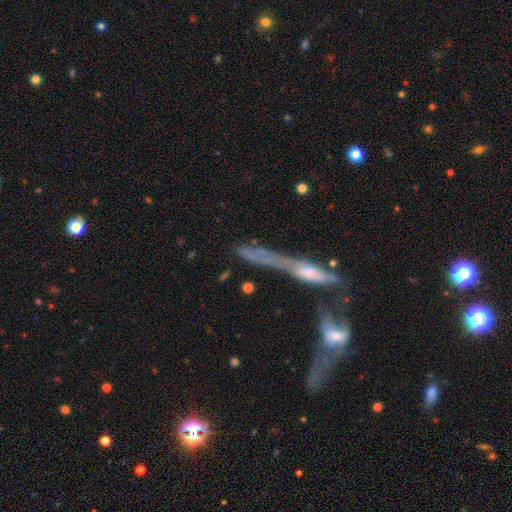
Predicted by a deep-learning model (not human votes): A featured or disk galaxy (58%) viewed edge-on (70%). Merging: merger (37%).